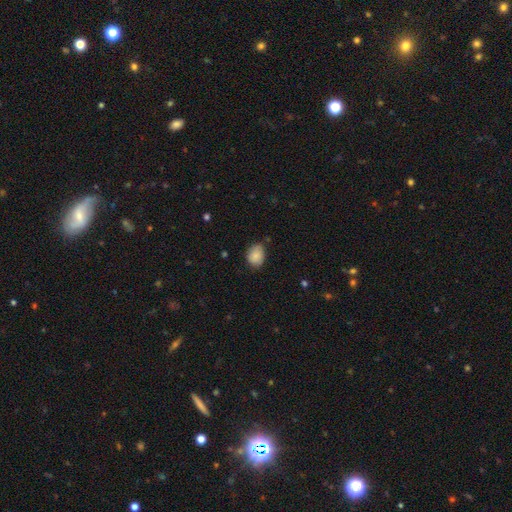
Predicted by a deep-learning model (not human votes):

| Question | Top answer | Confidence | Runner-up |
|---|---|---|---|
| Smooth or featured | smooth | 86% | star or artifact (8%) |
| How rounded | in between | 62% | round (37%) |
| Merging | none | 70% | minor disturbance (24%) |